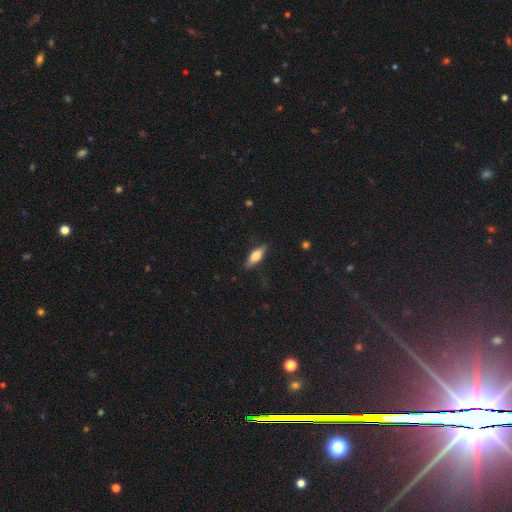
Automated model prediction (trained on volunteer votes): Smooth or featured? Predicted: smooth (p=0.62). How rounded? Predicted: in between (p=0.57). Merging? Predicted: none (p=0.83).